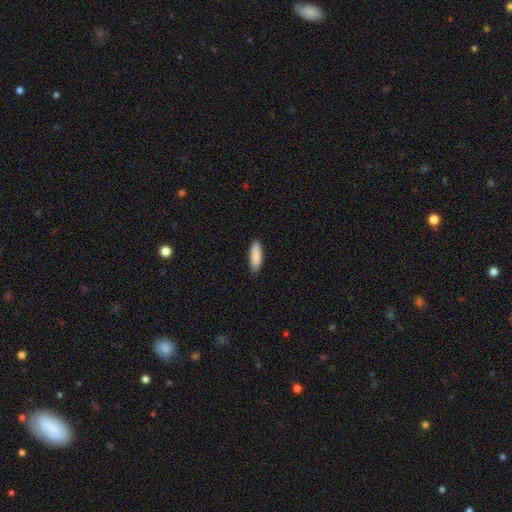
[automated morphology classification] smooth 89%, star or artifact 6%, featured or disk 5%. Down the decision tree: how rounded — cigar-shaped (52%); merging — none (87%).